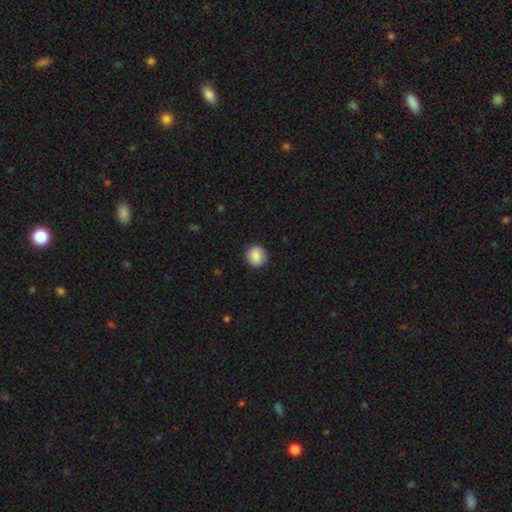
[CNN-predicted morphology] The model was most divided on "smooth or featured": smooth: 82%, featured or disk: 10%, star or artifact: 8%. More confident: merging — none (87%); how rounded — round (86%).